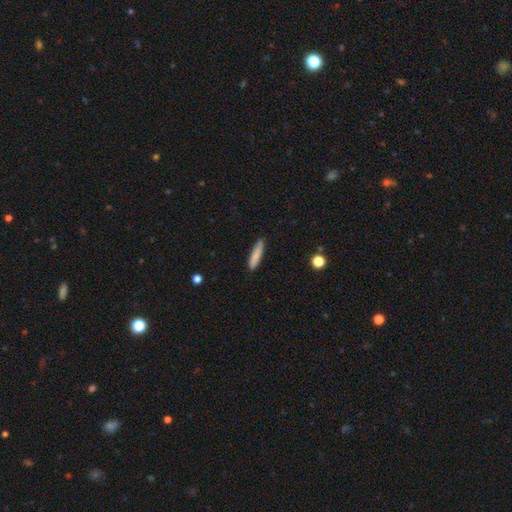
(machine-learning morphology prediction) Q: Smooth or featured?
A: smooth (82%); runner-up: featured or disk (11%)
Q: How rounded?
A: cigar-shaped (84%); runner-up: in between (15%)
Q: Merging?
A: none (87%); runner-up: minor disturbance (10%)